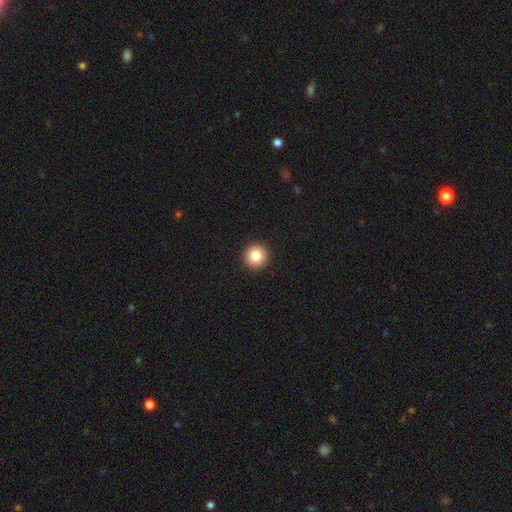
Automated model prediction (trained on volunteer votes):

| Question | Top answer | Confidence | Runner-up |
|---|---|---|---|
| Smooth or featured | smooth | 84% | star or artifact (10%) |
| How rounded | round | 96% | in between (4%) |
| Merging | none | 94% | minor disturbance (4%) |